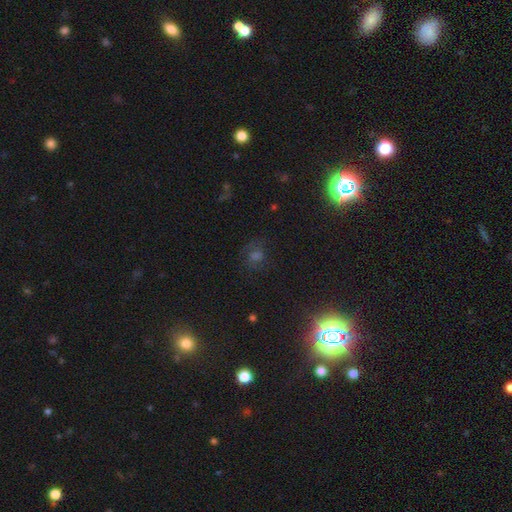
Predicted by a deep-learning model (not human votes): Smooth or featured?
  - star or artifact: 51% *
  - smooth: 34%
  - featured or disk: 15%